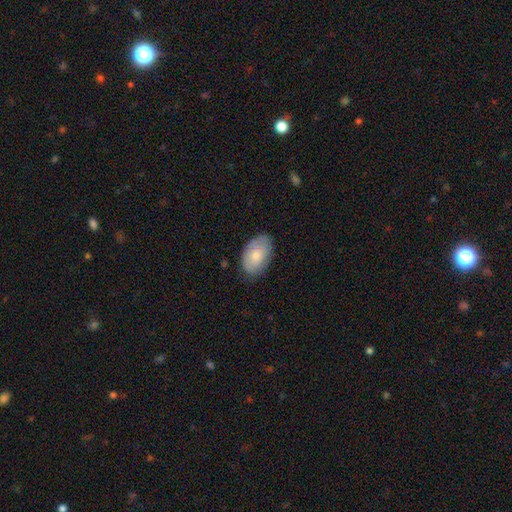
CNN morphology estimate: smooth 72%, featured or disk 22%, star or artifact 6%. Down the decision tree: how rounded — in between (92%); merging — none (77%).